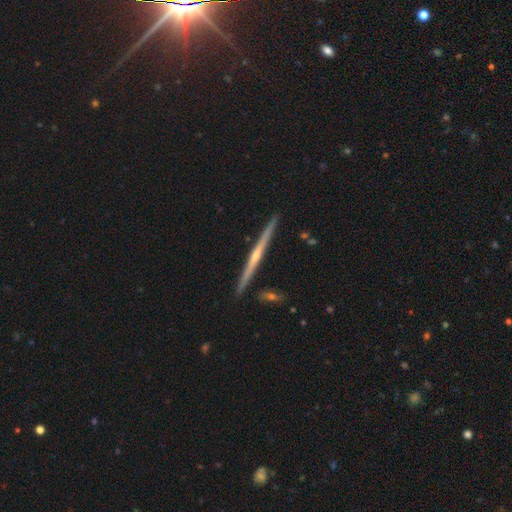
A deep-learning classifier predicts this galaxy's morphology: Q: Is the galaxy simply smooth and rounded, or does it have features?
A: featured or disk — 77%.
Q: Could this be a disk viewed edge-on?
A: yes — 98%.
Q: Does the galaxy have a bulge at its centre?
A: rounded — 61%.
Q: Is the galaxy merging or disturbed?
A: none — 90%.